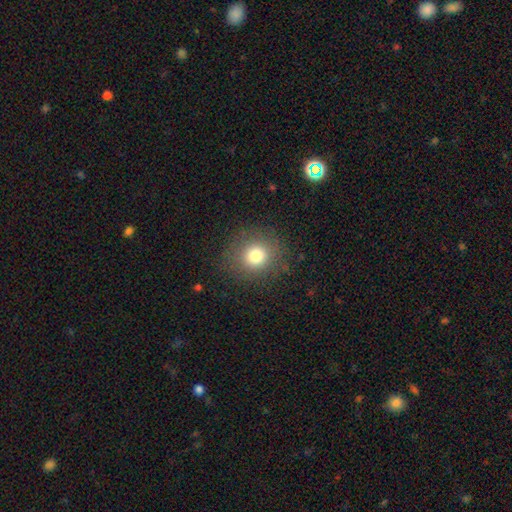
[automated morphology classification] Smooth or featured: smooth — 79% (star or artifact — 13%)
How rounded: round — 89% (in between — 10%)
Merging: none — 86% (minor disturbance — 9%)